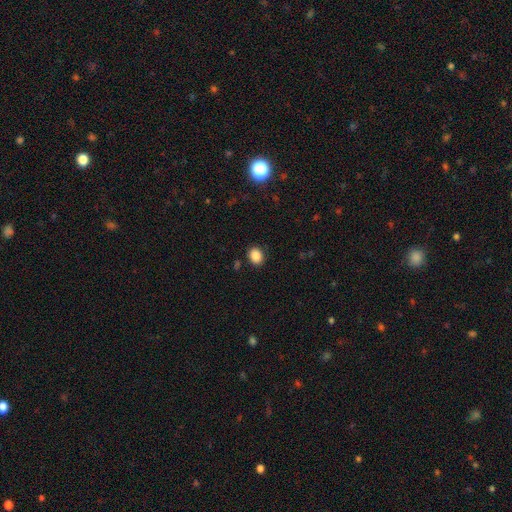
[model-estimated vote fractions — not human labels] Q: Smooth or featured?
A: smooth (87%); runner-up: star or artifact (9%)
Q: How rounded?
A: round (52%); runner-up: in between (47%)
Q: Merging?
A: none (89%); runner-up: minor disturbance (7%)